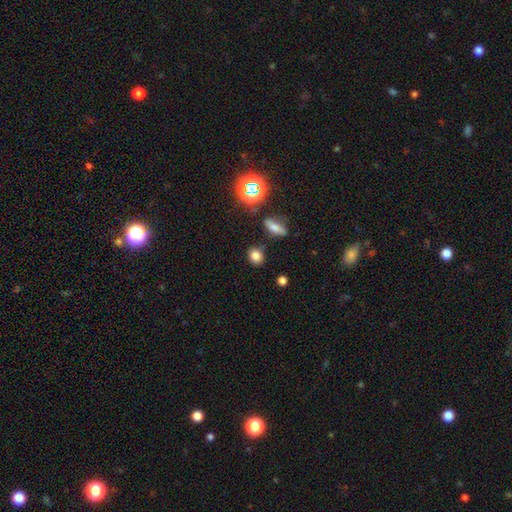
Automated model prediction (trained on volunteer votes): Smooth or featured? Predicted: smooth (p=0.78). How rounded? Predicted: round (p=0.58). Merging? Predicted: none (p=0.79).